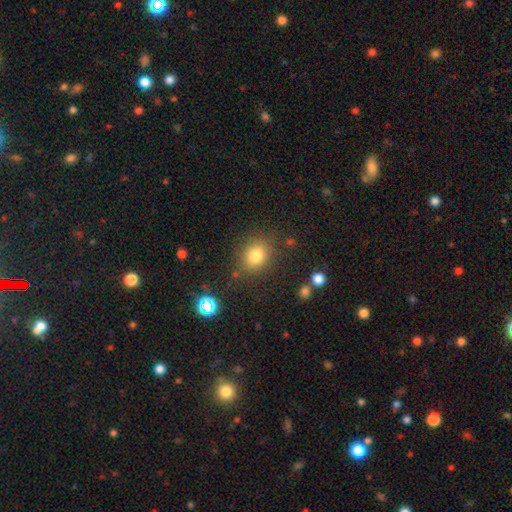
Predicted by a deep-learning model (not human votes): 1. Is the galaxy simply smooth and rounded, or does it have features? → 79% smooth, 13% star or artifact, 8% featured or disk.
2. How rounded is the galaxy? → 59% round, 40% in between, 1% cigar-shaped.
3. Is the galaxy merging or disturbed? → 82% none, 11% minor disturbance, 4% major disturbance, 3% merger.